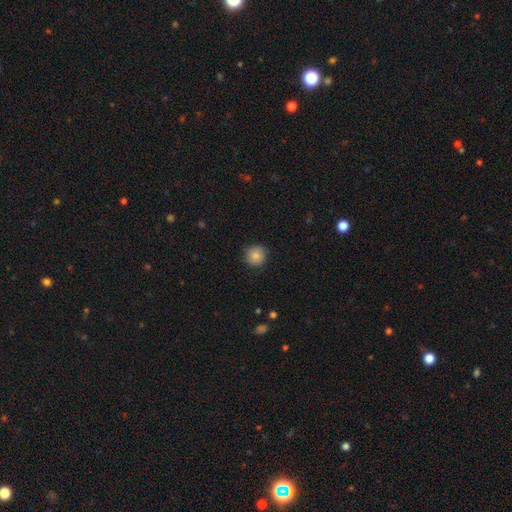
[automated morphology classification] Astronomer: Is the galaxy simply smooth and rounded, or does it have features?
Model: smooth — 84%.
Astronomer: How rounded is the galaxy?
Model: round — 94%.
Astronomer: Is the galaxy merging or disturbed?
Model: none — 87%.